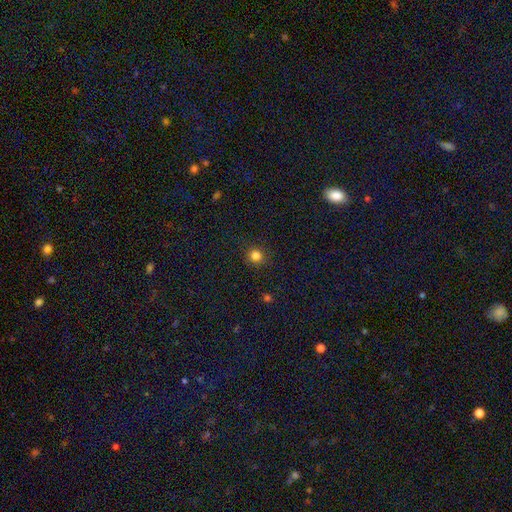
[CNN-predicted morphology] A smooth galaxy with no disk features (82%) that is round (91%). Merging: none (90%).